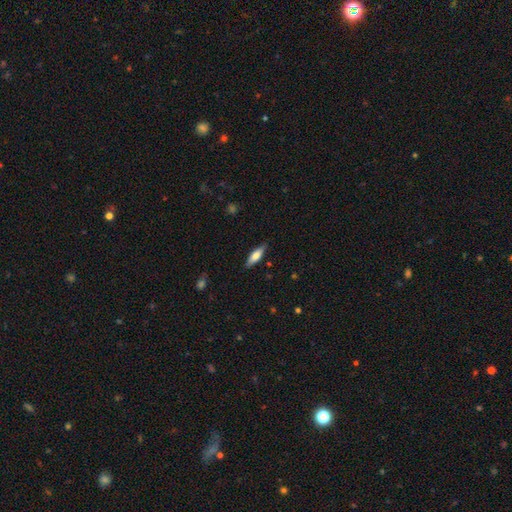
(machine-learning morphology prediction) Smooth or featured? Predicted: smooth (p=0.63). How rounded? Predicted: cigar-shaped (p=0.54). Merging? Predicted: none (p=0.85).